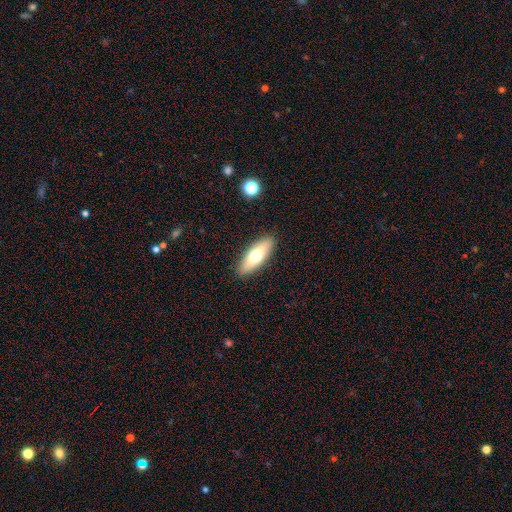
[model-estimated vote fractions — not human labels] Smooth or featured? Predicted: smooth (p=0.66). How rounded? Predicted: in between (p=0.62). Merging? Predicted: none (p=0.89).